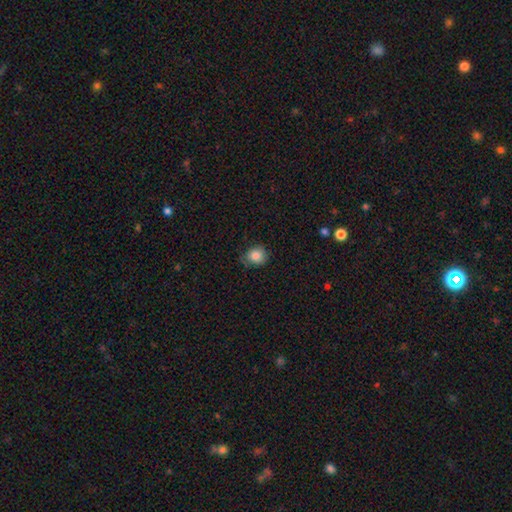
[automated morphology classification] type=smooth (84%); roundness=round (77%); merging=none (71%).